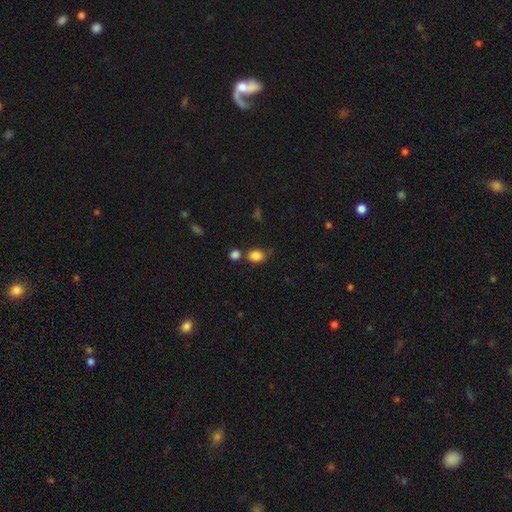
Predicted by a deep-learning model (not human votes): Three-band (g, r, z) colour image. It shows a smooth galaxy with no disk features (84%) that is round (62%). Merging: none (58%).